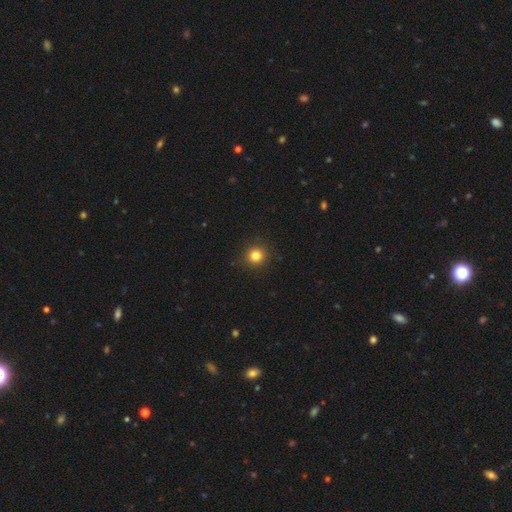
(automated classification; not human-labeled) Smooth or featured? smooth (82%)
How rounded? round (94%)
Merging? none (92%)